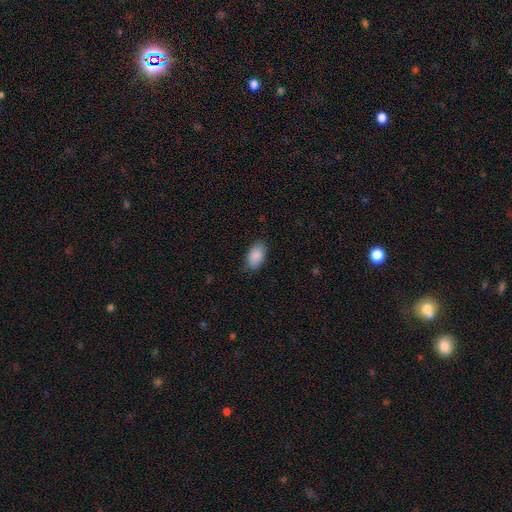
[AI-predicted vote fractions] Smooth or featured: smooth — 89% (star or artifact — 7%)
How rounded: in between — 93% (round — 5%)
Merging: none — 83% (minor disturbance — 14%)